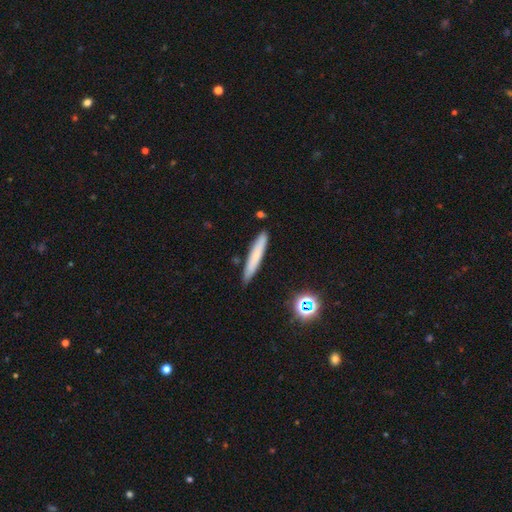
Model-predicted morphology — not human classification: A smooth galaxy with no disk features (69%) that is cigar-shaped (94%). Merging: none (87%).